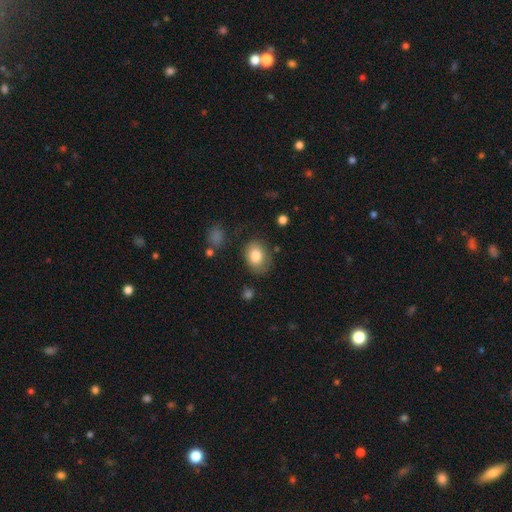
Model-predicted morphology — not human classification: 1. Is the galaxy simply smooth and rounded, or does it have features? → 82% smooth, 10% featured or disk, 8% star or artifact.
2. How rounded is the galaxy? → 68% in between, 31% round, 1% cigar-shaped.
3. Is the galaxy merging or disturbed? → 72% none, 19% minor disturbance, 6% major disturbance, 3% merger.